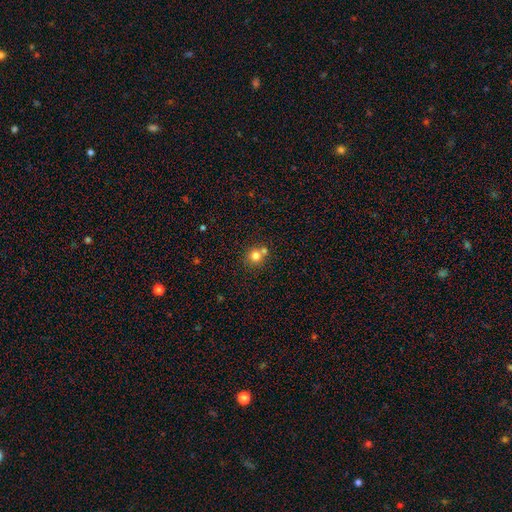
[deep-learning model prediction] The model was most divided on "merging": none: 56%, merger: 34%, minor disturbance: 8%, major disturbance: 3%. More confident: how rounded — round (89%); smooth or featured — smooth (78%).